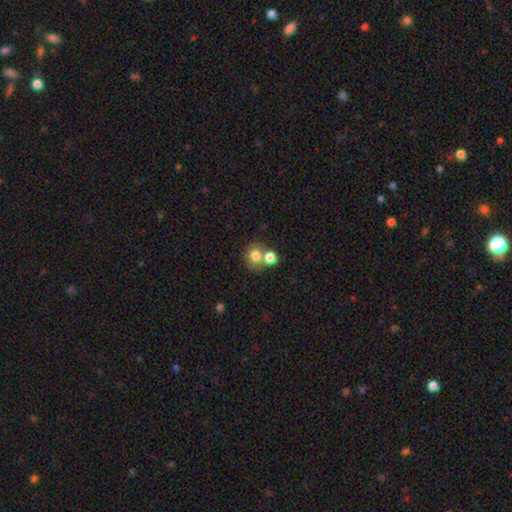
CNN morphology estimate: Smooth or featured? Predicted: smooth (p=0.76). How rounded? Predicted: round (p=0.76). Merging? Predicted: merger (p=0.47).